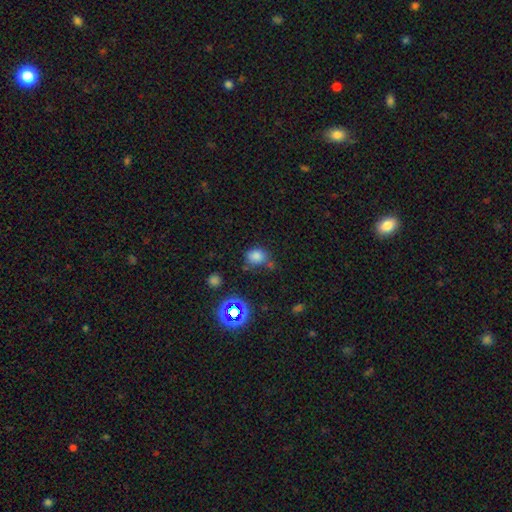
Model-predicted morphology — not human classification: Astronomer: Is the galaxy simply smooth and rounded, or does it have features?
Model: smooth — 76%.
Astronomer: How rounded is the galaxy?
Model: round — 58% (runner-up: in between, 41%).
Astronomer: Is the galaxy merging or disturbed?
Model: none — 59%.